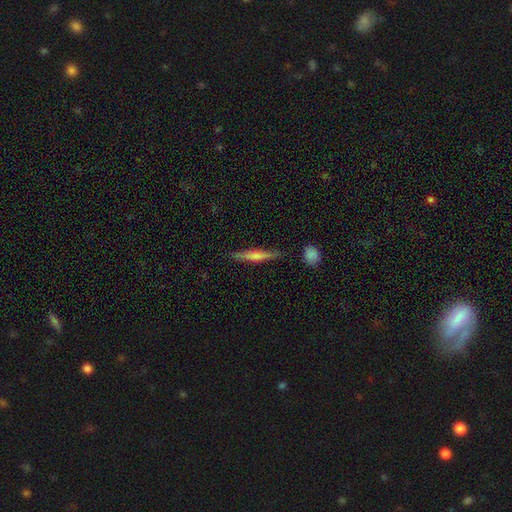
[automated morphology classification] type=smooth (48%); merging=none (86%).